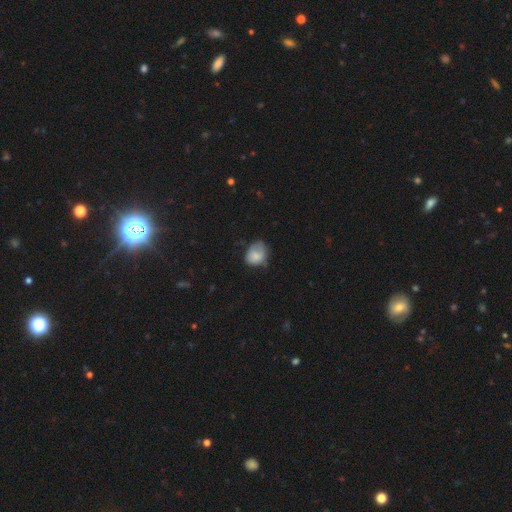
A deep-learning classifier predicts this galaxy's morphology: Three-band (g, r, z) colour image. It shows a smooth galaxy with no disk features (77%) that is in between round and cigar-shaped (55%). Merging: none (42%).